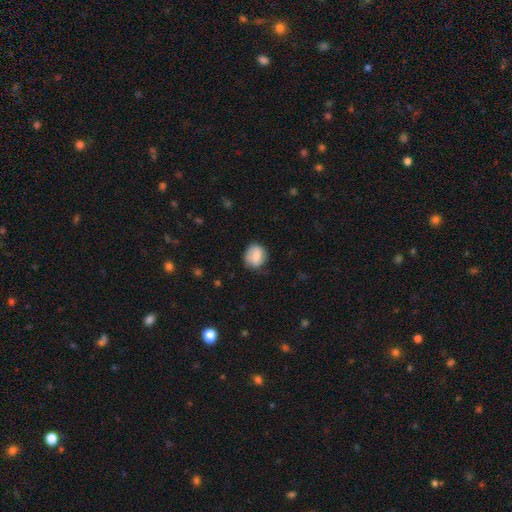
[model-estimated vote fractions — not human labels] A smooth galaxy with no disk features (77%) that is round (68%).

Vote fractions:
- Smooth or featured? smooth: 77% / featured or disk: 16% / star or artifact: 8%
- How rounded? round: 68% / in between: 31% / cigar-shaped: 1%
- Merging? none: 71% / minor disturbance: 22% / major disturbance: 6% / merger: 1%